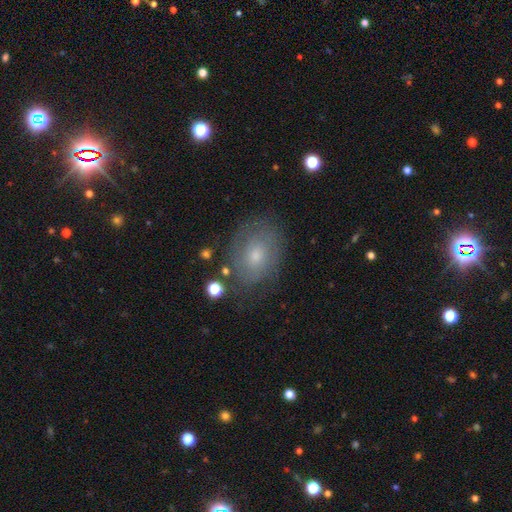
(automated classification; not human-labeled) Smooth or featured? featured or disk (49%)
Merging? none (72%)